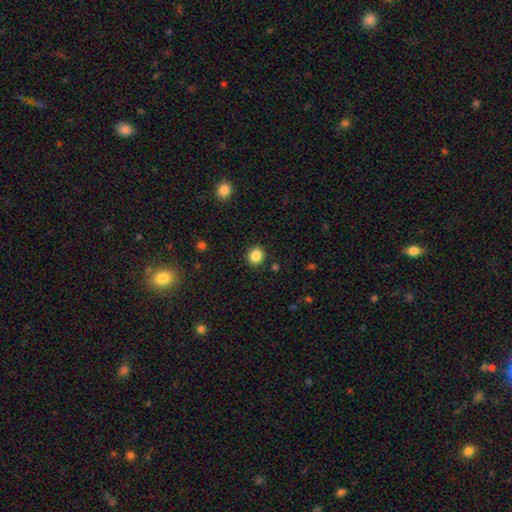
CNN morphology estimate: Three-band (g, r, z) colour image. It shows a smooth galaxy with no disk features (85%) that is round (82%). Merging: none (90%).